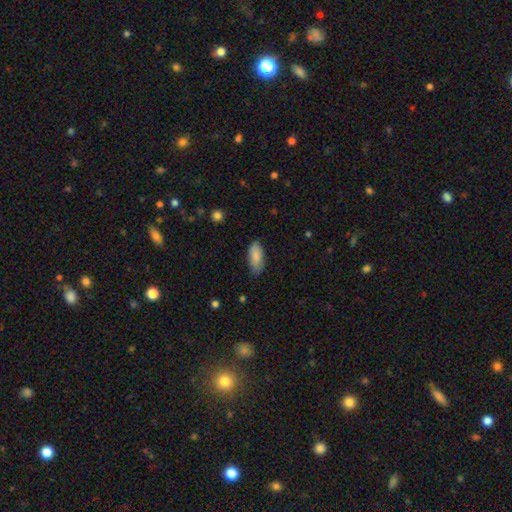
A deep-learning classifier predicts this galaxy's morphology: Smooth or featured: smooth — 85% (featured or disk — 9%)
How rounded: in between — 84% (cigar-shaped — 14%)
Merging: none — 79% (minor disturbance — 17%)